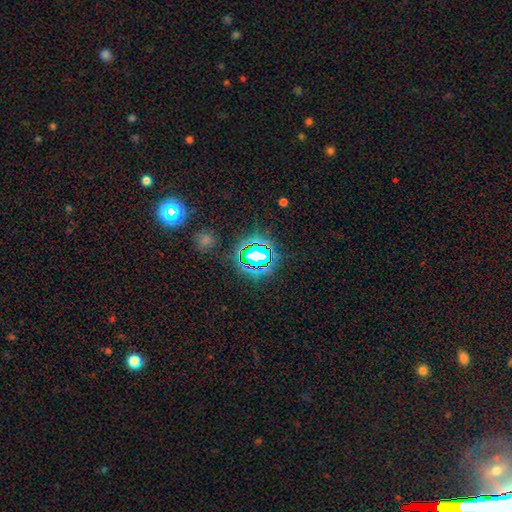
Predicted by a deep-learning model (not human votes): Smooth or featured? Predicted: star or artifact (p=0.70).